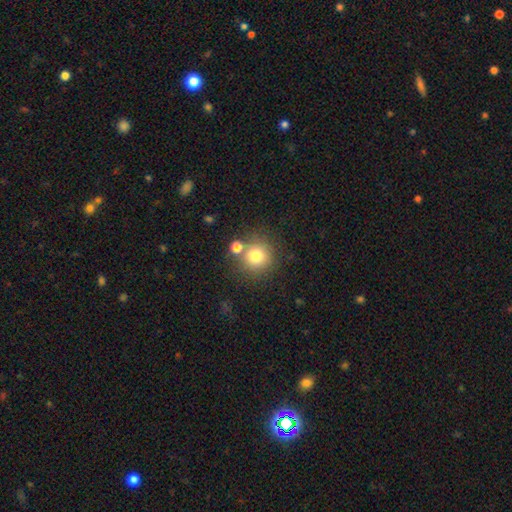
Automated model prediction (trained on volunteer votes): A smooth galaxy with no disk features (77%) that is round (92%). Merging: none (69%).